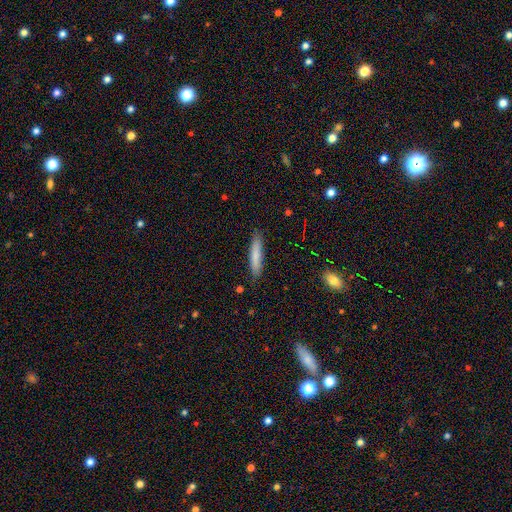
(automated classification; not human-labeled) Overall: smooth (79%). How rounded: cigar-shaped (89%). Merging: none (87%).